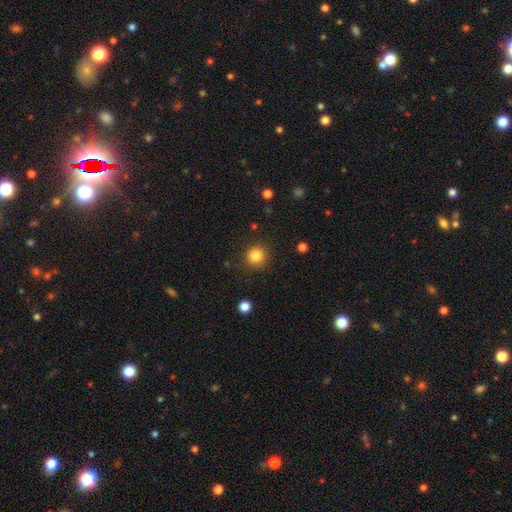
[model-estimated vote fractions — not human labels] Smooth or featured? Predicted: smooth (p=0.84). How rounded? Predicted: round (p=0.93). Merging? Predicted: none (p=0.89).